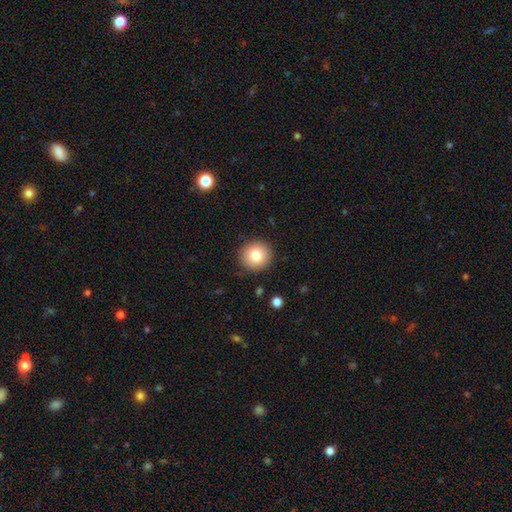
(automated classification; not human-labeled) Morphology: type=smooth (80%); roundness=round (93%); merging=none (90%).